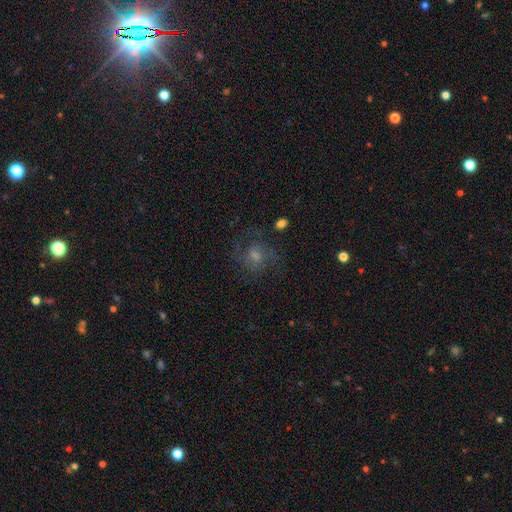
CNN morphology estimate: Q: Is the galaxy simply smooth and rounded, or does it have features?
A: featured or disk — 48%.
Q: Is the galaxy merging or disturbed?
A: none — 59%.